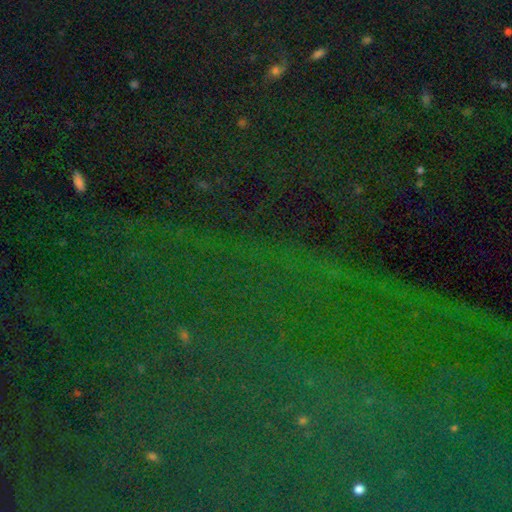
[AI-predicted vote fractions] Smooth or featured? Predicted: star or artifact (p=0.84).